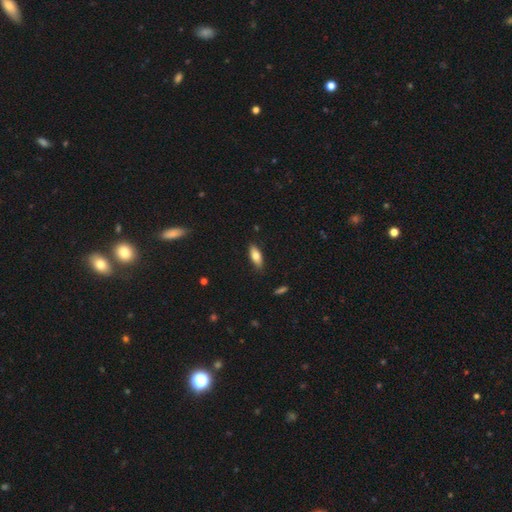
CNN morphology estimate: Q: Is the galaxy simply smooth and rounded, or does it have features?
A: smooth — 76%.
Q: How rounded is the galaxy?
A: in between — 76%.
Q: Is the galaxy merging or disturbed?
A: none — 85%.